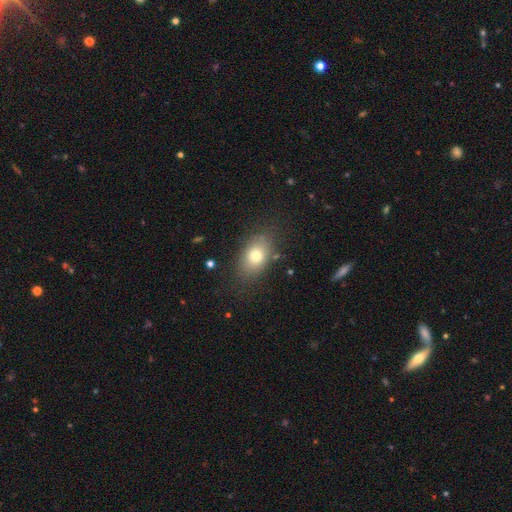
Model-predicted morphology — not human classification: This appears to be a smooth galaxy with no disk features (76%) that is in between round and cigar-shaped (82%). Merging: none (80%).